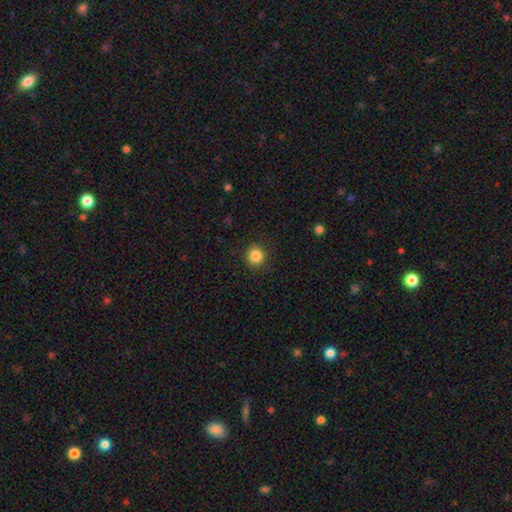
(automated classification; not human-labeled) smooth 85%, star or artifact 11%, featured or disk 4%. Down the decision tree: how rounded — round (91%); merging — none (91%).